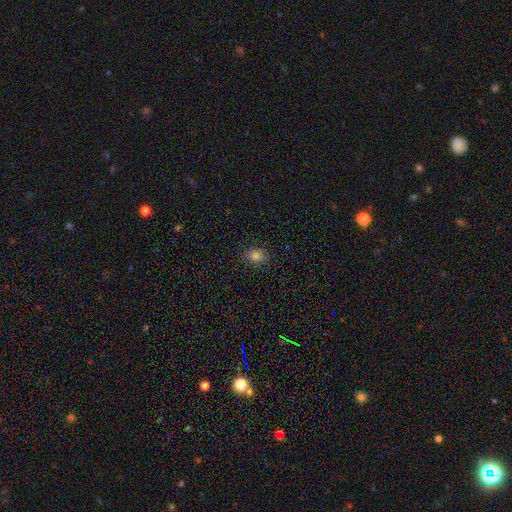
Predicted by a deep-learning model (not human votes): The model was most divided on "how rounded": in between: 54%, round: 45%, cigar-shaped: 1%. More confident: merging — none (87%); smooth or featured — smooth (81%).